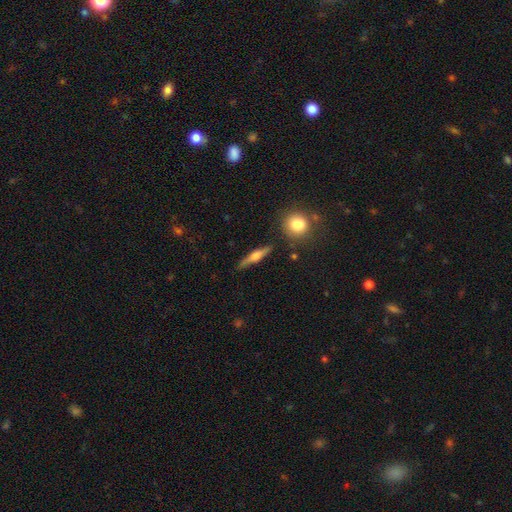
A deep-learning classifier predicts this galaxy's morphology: Smooth or featured?
  - featured or disk: 59% *
  - smooth: 34%
  - star or artifact: 7%
Edge-on disk?
  - yes: 96% *
  - no: 4%
Edge-on bulge?
  - rounded: 86% *
  - boxy: 9%
  - none: 5%
Merging?
  - none: 85% *
  - minor disturbance: 10%
  - merger: 3%
  - major disturbance: 3%